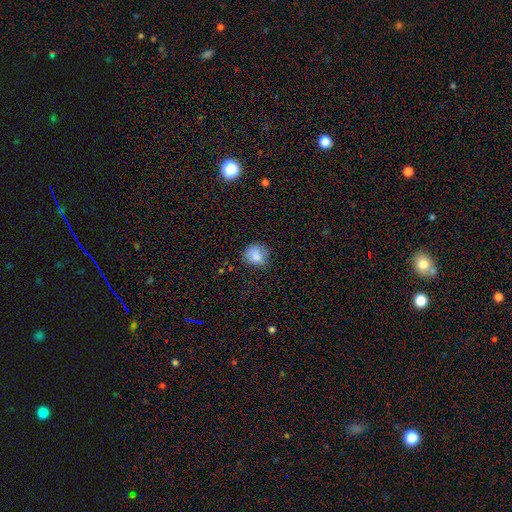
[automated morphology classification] smooth 81%, star or artifact 10%, featured or disk 9%. Down the decision tree: how rounded — round (72%); merging — none (62%).